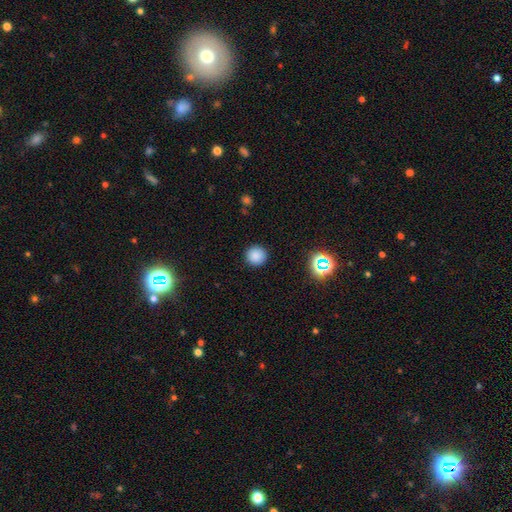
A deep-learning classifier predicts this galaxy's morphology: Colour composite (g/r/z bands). It shows a smooth galaxy with no disk features (84%) that is round (95%). Merging: none (92%).